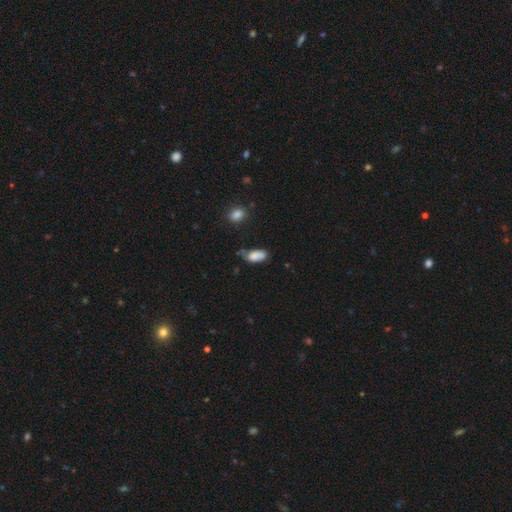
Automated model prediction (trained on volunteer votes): Smooth or featured? smooth (79%)
How rounded? in between (90%)
Merging? none (46%)